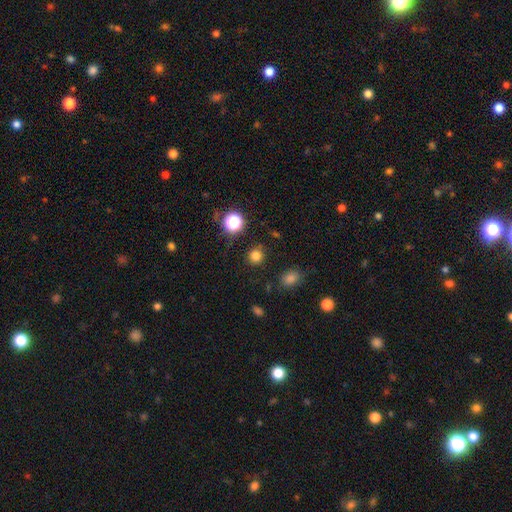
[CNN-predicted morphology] A smooth galaxy with no disk features (78%) that is round (90%).

Vote fractions:
- Smooth or featured? smooth: 78% / star or artifact: 18% / featured or disk: 5%
- How rounded? round: 90% / in between: 9% / cigar-shaped: 1%
- Merging? none: 87% / minor disturbance: 8% / major disturbance: 3% / merger: 2%